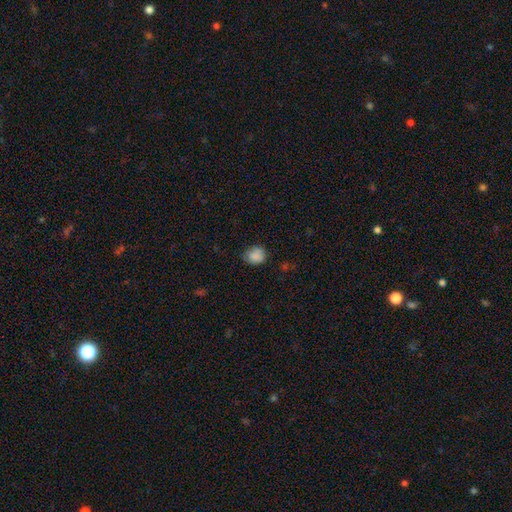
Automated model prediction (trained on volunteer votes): Smooth or featured?
  - smooth: 86% *
  - star or artifact: 9%
  - featured or disk: 5%
How rounded?
  - round: 73% *
  - in between: 26%
  - cigar-shaped: 1%
Merging?
  - none: 73% *
  - minor disturbance: 22%
  - major disturbance: 4%
  - merger: 2%